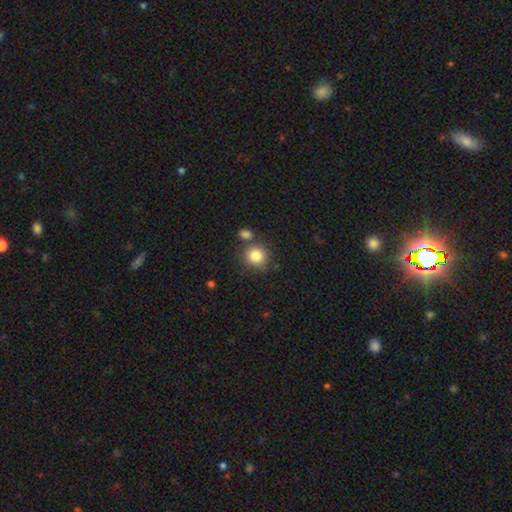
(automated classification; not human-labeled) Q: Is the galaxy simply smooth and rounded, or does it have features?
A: smooth — 84%.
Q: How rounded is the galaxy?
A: round — 89%.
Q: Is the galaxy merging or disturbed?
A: none — 72%.